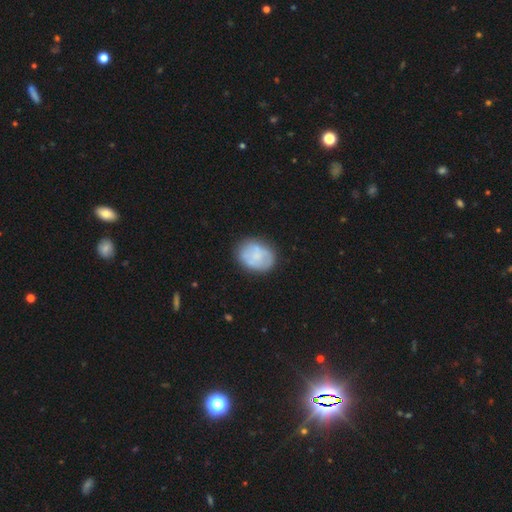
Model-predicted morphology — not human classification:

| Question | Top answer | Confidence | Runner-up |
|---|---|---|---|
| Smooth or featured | smooth | 62% | featured or disk (31%) |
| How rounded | in between | 52% | round (47%) |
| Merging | none | 70% | minor disturbance (20%) |